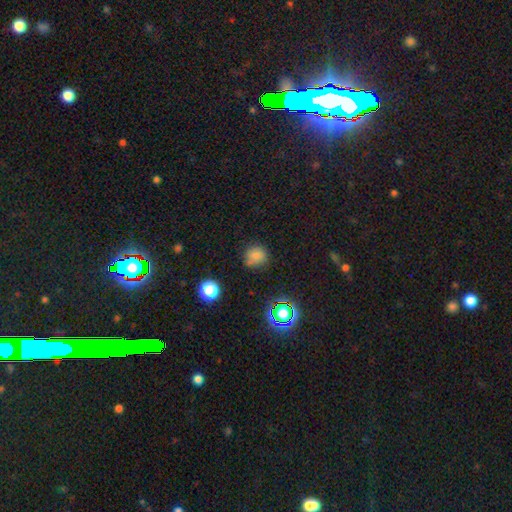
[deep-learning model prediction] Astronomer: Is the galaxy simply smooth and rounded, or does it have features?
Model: smooth — 75%.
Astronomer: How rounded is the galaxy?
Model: round — 85%.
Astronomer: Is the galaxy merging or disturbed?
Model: none — 74%.